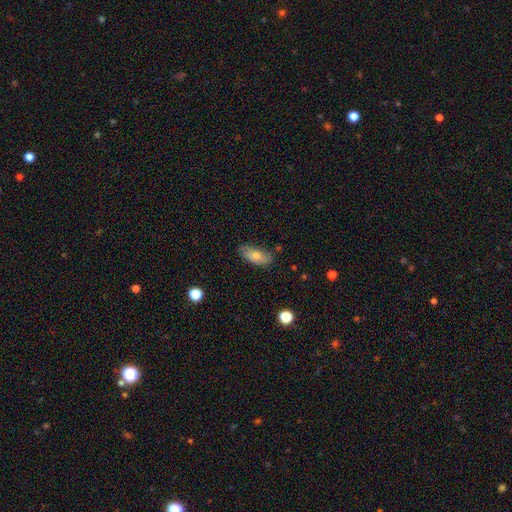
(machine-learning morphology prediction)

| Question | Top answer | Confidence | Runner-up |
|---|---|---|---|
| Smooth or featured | smooth | 68% | featured or disk (23%) |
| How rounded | in between | 84% | cigar-shaped (12%) |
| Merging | none | 75% | minor disturbance (20%) |